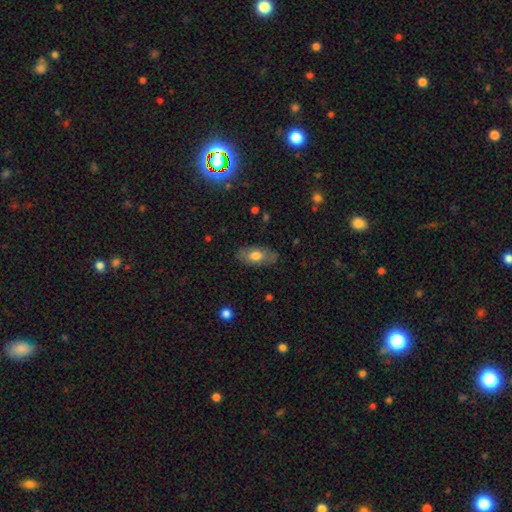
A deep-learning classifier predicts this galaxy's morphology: A smooth galaxy with no disk features (67%) that is in between round and cigar-shaped (91%). Merging: none (81%).